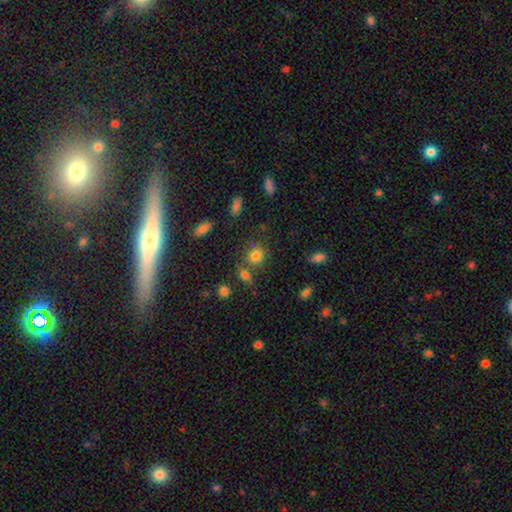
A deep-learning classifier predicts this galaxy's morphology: This is likely a smooth galaxy (78%). How rounded: likely round (70%). Merging: likely none (65%).